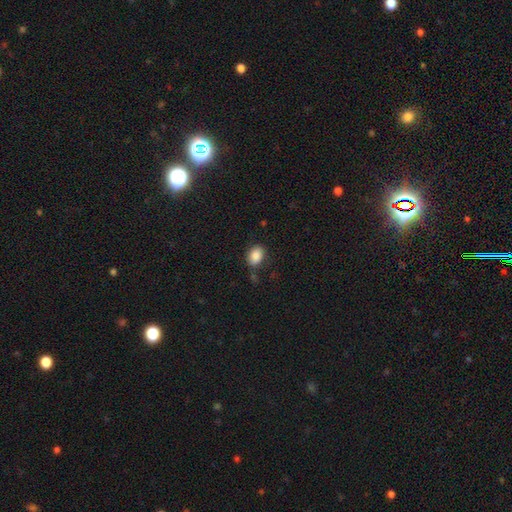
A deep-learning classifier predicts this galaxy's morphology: This is clearly a smooth galaxy (88%). How rounded: likely in between (77%). Merging: likely none (76%).